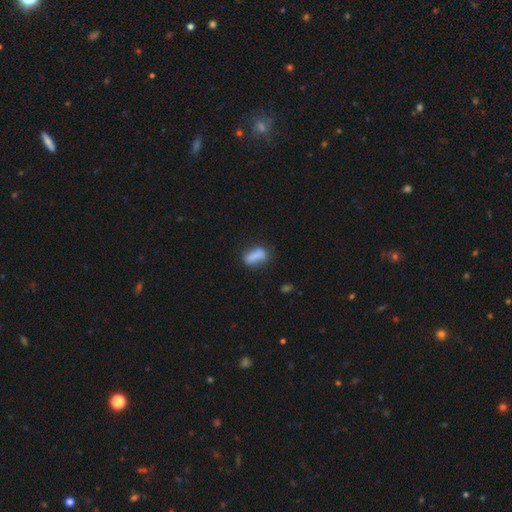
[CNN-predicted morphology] Smooth or featured: smooth — 77% (featured or disk — 14%)
How rounded: in between — 71% (cigar-shaped — 24%)
Merging: none — 59% (minor disturbance — 24%)